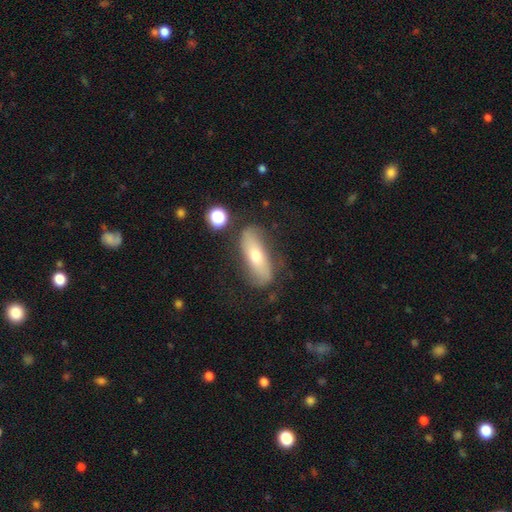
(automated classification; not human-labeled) Morphology: type=featured or disk (51%); edge-on=no (72%); merging=none (70%).